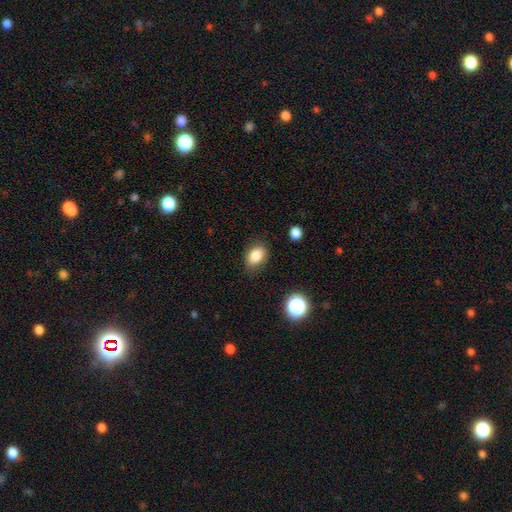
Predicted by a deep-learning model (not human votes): This appears to be a smooth galaxy with no disk features (83%) that is in between round and cigar-shaped (77%). Merging: none (80%).